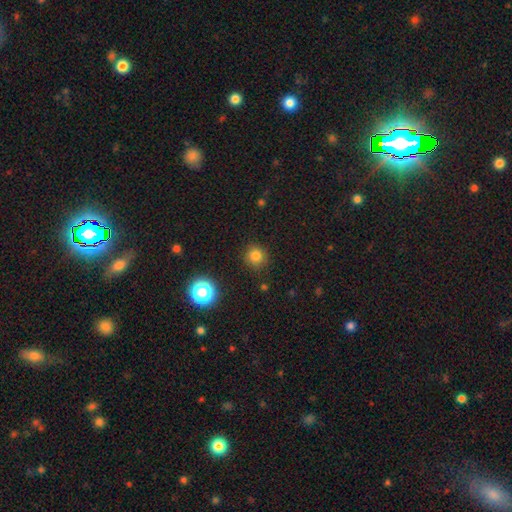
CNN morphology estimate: A smooth galaxy with no disk features (79%) that is round (92%).

Vote fractions:
- Smooth or featured? smooth: 79% / star or artifact: 16% / featured or disk: 5%
- How rounded? round: 92% / in between: 7% / cigar-shaped: 1%
- Merging? none: 88% / minor disturbance: 8% / major disturbance: 3% / merger: 2%